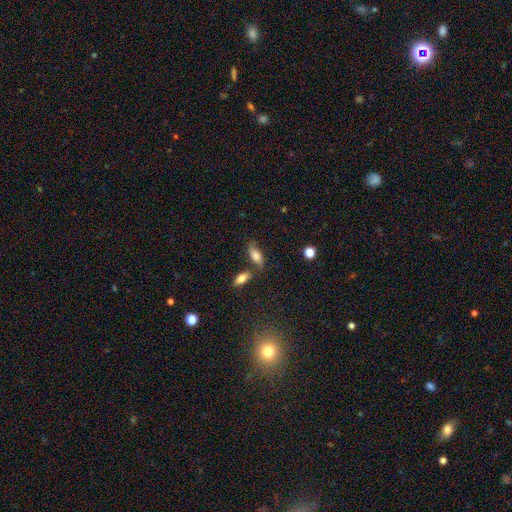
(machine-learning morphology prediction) Smooth or featured? smooth (69%)
How rounded? in between (79%)
Merging? none (61%)